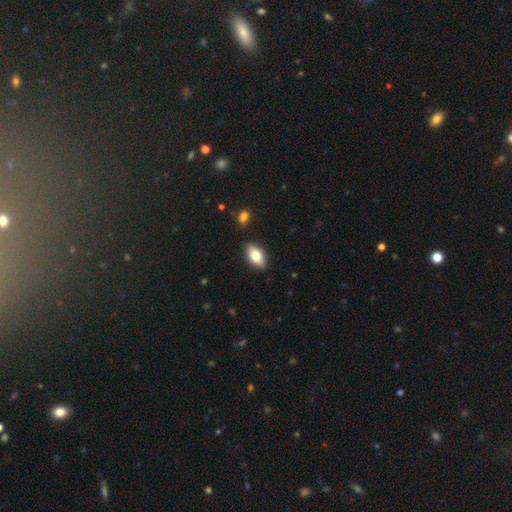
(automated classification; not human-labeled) Smooth or featured?
  - smooth: 76% *
  - featured or disk: 17%
  - star or artifact: 7%
How rounded?
  - in between: 90% *
  - round: 5%
  - cigar-shaped: 5%
Merging?
  - none: 87% *
  - minor disturbance: 9%
  - major disturbance: 2%
  - merger: 1%